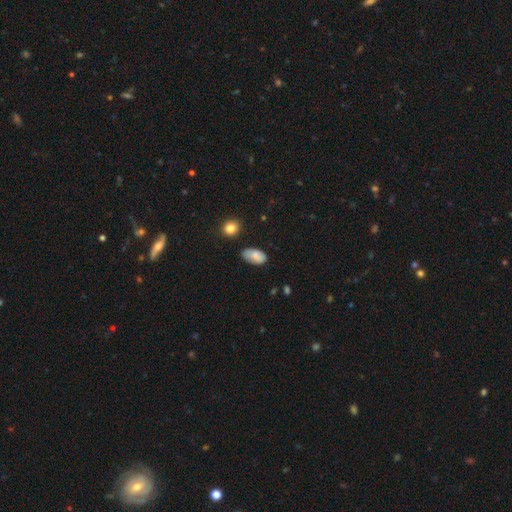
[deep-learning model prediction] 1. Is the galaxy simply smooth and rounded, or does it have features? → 82% smooth, 10% featured or disk, 8% star or artifact.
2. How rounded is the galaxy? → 94% in between, 4% round, 2% cigar-shaped.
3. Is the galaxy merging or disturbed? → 66% none, 26% minor disturbance, 5% major disturbance, 3% merger.